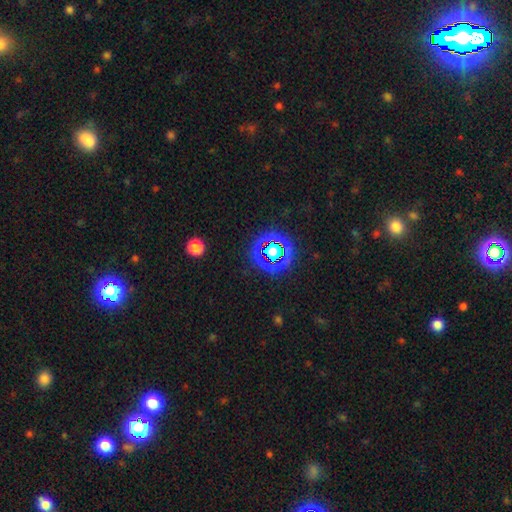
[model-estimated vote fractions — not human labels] smooth-or-featured: star or artifact: 68% | smooth: 24% | featured or disk: 8%